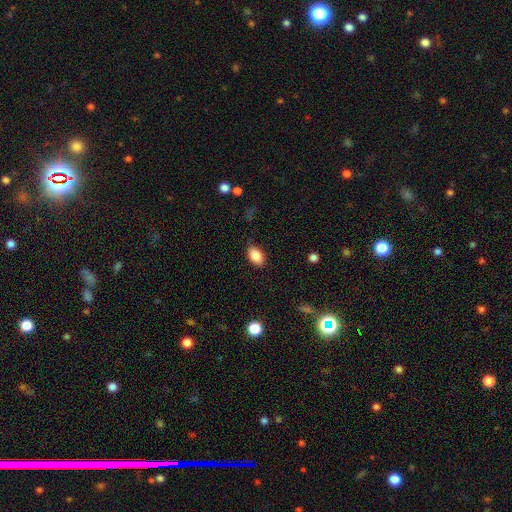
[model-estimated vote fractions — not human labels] smooth-or-featured: smooth: 86% | star or artifact: 8% | featured or disk: 6%
  how-rounded: in between: 90% | round: 8% | cigar-shaped: 2%
  merging: none: 85% | minor disturbance: 11% | major disturbance: 3% | merger: 1%